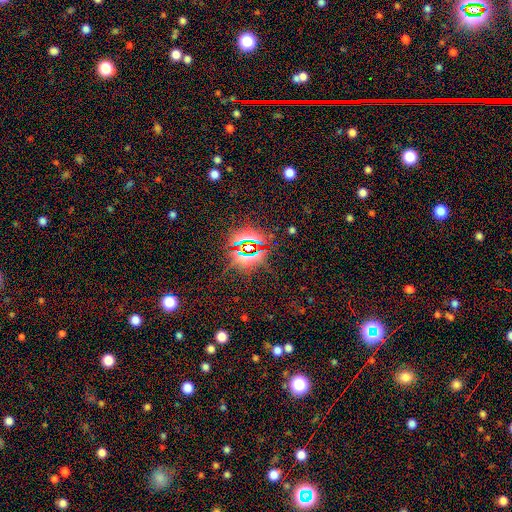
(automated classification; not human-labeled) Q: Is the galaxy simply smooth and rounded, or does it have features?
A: star or artifact — 81%.